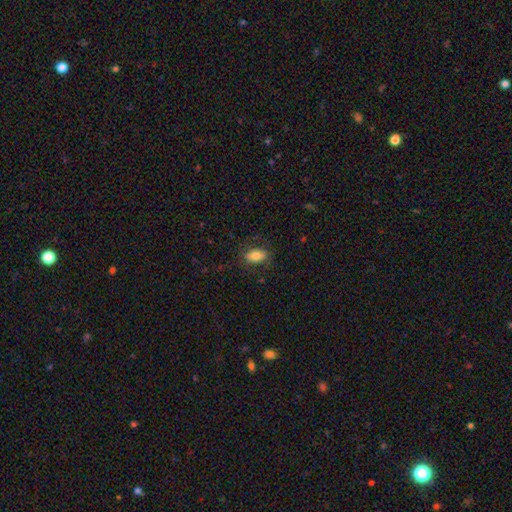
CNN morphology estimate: smooth 78%, featured or disk 14%, star or artifact 8%. Down the decision tree: how rounded — in between (88%); merging — none (80%).